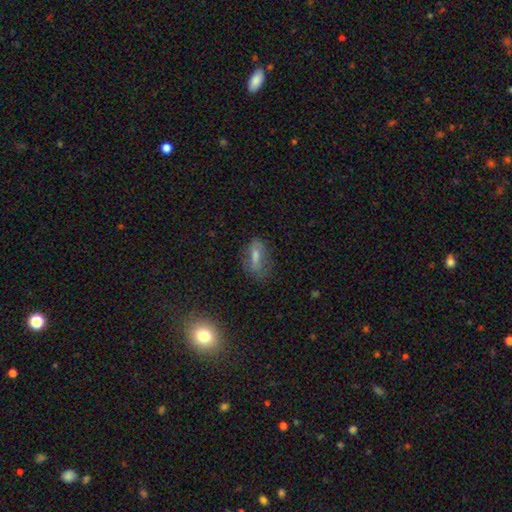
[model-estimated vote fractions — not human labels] smooth 49%, featured or disk 35%, star or artifact 17%. Down the decision tree: merging — none (65%).